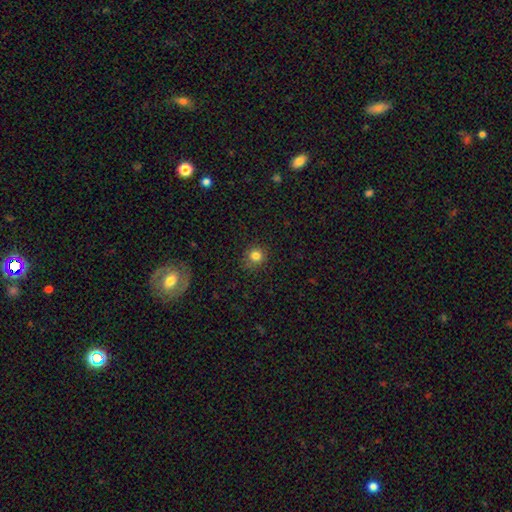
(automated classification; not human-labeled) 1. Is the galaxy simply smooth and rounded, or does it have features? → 82% smooth, 13% star or artifact, 5% featured or disk.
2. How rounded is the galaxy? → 89% round, 10% in between, 1% cigar-shaped.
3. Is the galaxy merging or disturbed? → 86% none, 10% minor disturbance, 3% major disturbance, 1% merger.